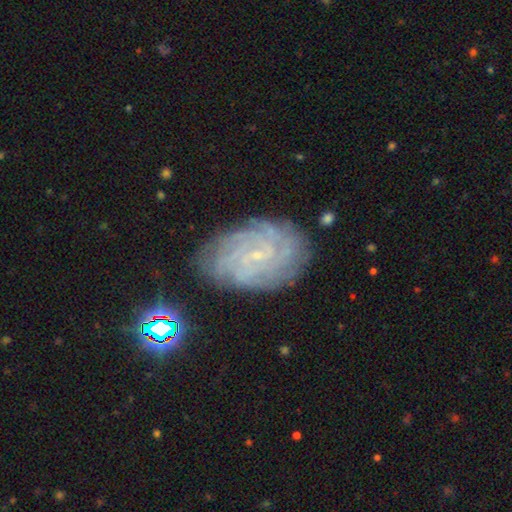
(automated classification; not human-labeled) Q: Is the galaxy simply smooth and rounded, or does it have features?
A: featured or disk — 81%.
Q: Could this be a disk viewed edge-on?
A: no — 97%.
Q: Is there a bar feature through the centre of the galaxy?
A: no — 59%.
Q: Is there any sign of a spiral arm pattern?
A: yes — 97%.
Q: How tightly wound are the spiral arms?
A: tight — 77%.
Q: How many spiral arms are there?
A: can't tell — 28%, tied with more than 4.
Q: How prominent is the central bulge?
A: small — 86%.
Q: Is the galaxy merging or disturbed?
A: none — 81%.